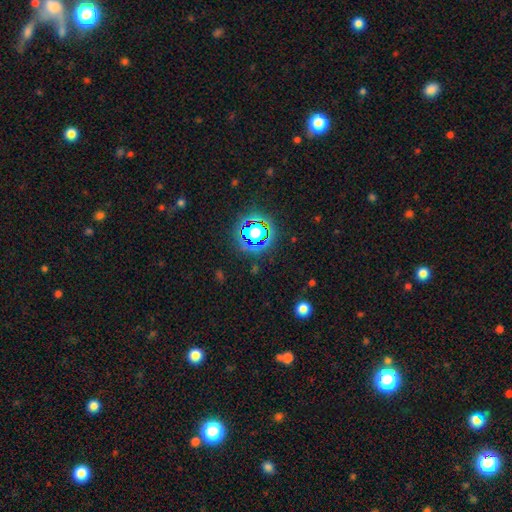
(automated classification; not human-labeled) Smooth or featured? Predicted: star or artifact (p=0.79).